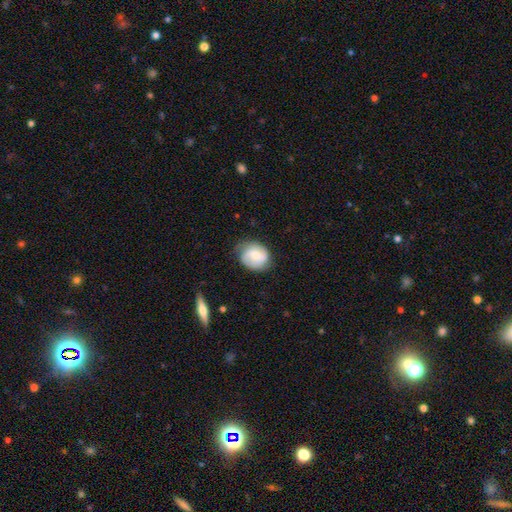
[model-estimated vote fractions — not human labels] A smooth galaxy with no disk features (53%) that is round (67%). Merging: none (64%).